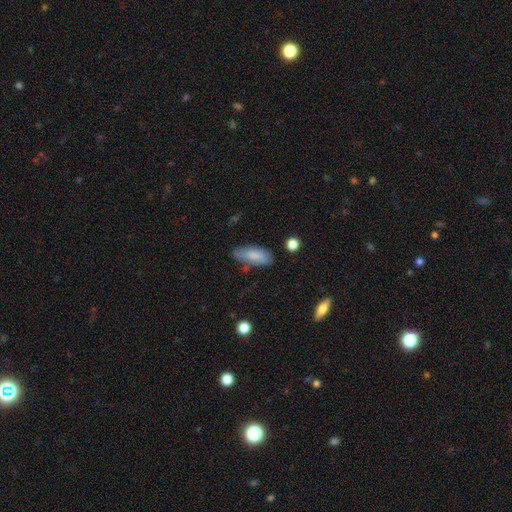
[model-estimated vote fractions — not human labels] smooth_or_featured: smooth (p=0.78) [alt: featured or disk p=0.15]
how_rounded: in between (p=0.79) [alt: cigar-shaped p=0.19]
merging: none (p=0.66) [alt: minor disturbance p=0.25]